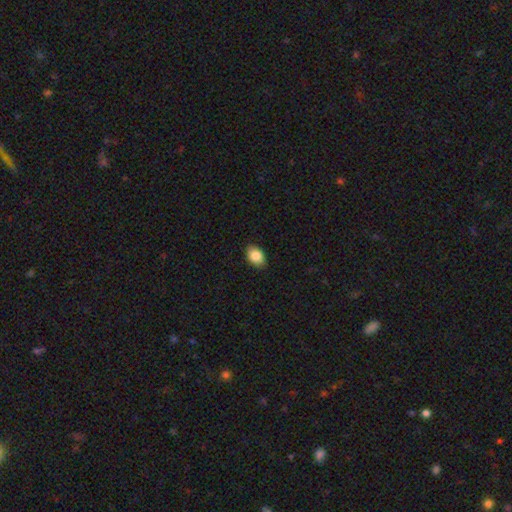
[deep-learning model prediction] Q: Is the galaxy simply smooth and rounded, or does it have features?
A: smooth — 86%.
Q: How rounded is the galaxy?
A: in between — 86%.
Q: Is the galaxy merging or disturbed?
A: none — 88%.